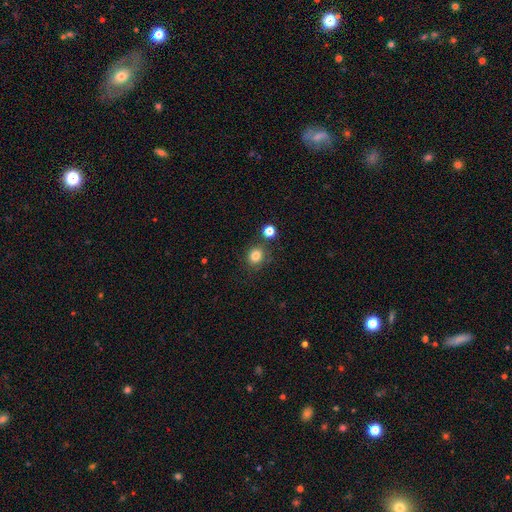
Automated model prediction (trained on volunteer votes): A smooth galaxy with no disk features (82%) that is round (81%).

Vote fractions:
- Smooth or featured? smooth: 82% / star or artifact: 12% / featured or disk: 6%
- How rounded? round: 81% / in between: 18% / cigar-shaped: 1%
- Merging? none: 77% / minor disturbance: 11% / merger: 9% / major disturbance: 3%